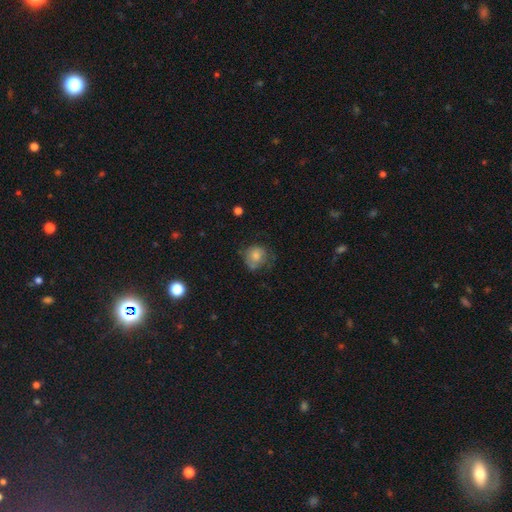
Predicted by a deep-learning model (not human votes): Smooth or featured: smooth — 73% (featured or disk — 17%)
How rounded: round — 77% (in between — 22%)
Merging: none — 50% (minor disturbance — 30%)